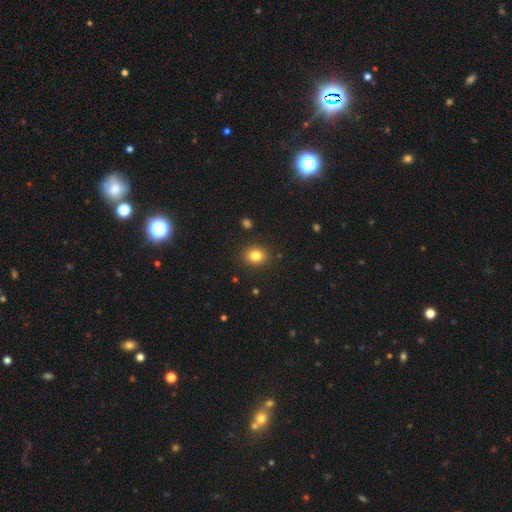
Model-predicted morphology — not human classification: smooth-or-featured: smooth: 82% | star or artifact: 11% | featured or disk: 7%
  how-rounded: round: 60% | in between: 40% | cigar-shaped: 1%
  merging: none: 89% | minor disturbance: 8% | major disturbance: 2% | merger: 1%